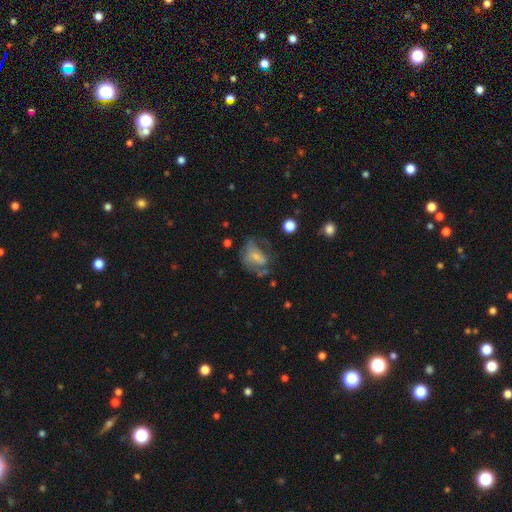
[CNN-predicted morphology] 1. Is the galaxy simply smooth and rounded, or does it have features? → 49% featured or disk, 36% smooth, 15% star or artifact.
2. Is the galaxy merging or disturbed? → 44% none, 28% major disturbance, 24% minor disturbance, 4% merger.